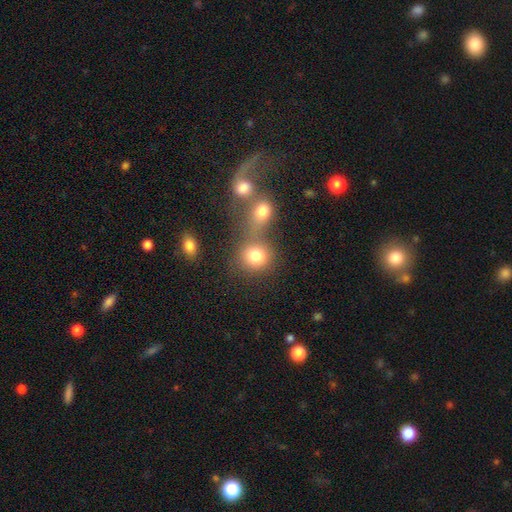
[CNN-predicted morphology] Smooth or featured? Predicted: smooth (p=0.79). How rounded? Predicted: round (p=0.83). Merging? Predicted: none (p=0.50).